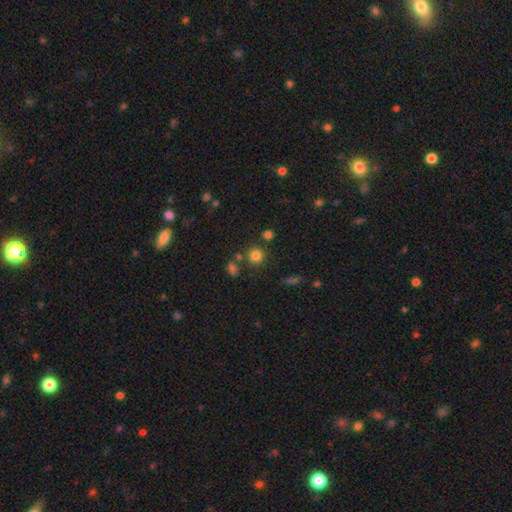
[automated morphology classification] This is clearly a smooth galaxy (80%). How rounded: clearly round (90%). Merging: likely none (78%).